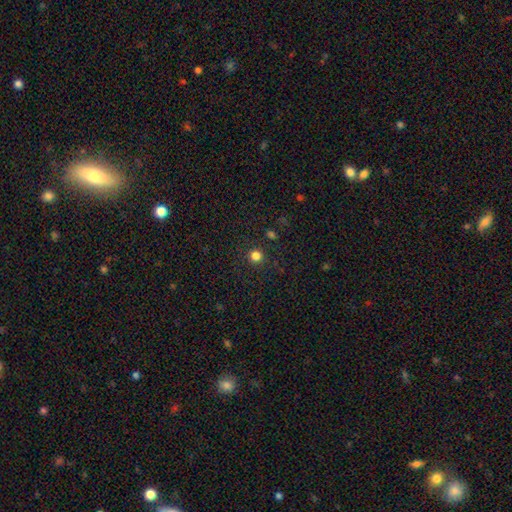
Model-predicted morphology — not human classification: Smooth or featured?
  - smooth: 80% *
  - star or artifact: 16%
  - featured or disk: 4%
How rounded?
  - round: 95% *
  - in between: 4%
  - cigar-shaped: 1%
Merging?
  - none: 90% *
  - minor disturbance: 6%
  - major disturbance: 2%
  - merger: 2%